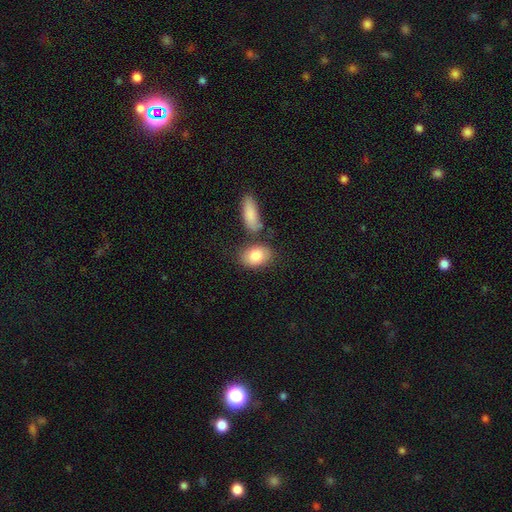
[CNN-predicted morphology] Smooth or featured? smooth (83%)
How rounded? in between (82%)
Merging? none (66%)